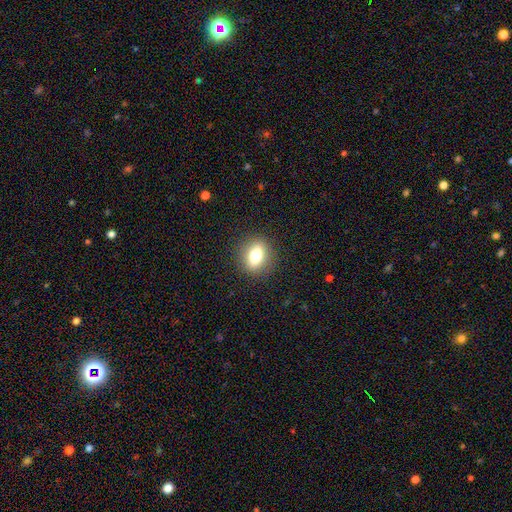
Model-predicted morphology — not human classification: A smooth galaxy with no disk features (73%) that is in between round and cigar-shaped (55%).

Vote fractions:
- Smooth or featured? smooth: 73% / featured or disk: 17% / star or artifact: 10%
- How rounded? in between: 55% / round: 42% / cigar-shaped: 3%
- Merging? none: 88% / minor disturbance: 8% / major disturbance: 3% / merger: 1%